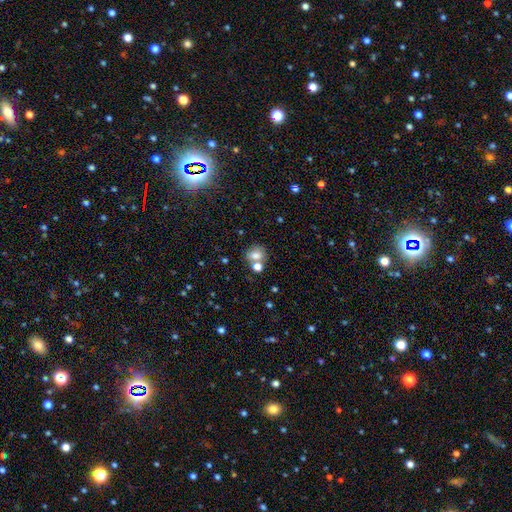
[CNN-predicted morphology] Smooth or featured? smooth (76%)
How rounded? round (57%)
Merging? none (47%)